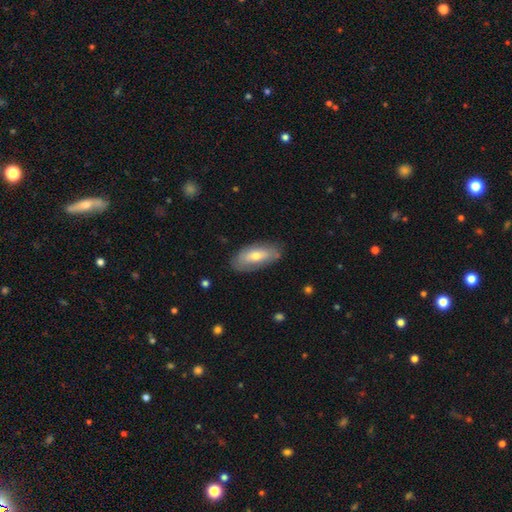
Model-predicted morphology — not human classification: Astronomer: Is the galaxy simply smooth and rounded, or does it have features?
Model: smooth — 59% (runner-up: featured or disk, 35%).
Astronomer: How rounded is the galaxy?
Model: in between — 83%.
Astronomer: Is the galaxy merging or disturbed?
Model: none — 78%.